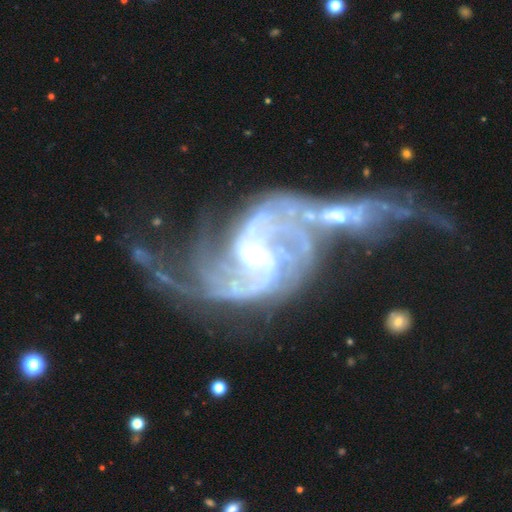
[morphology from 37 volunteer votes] Q: Smooth or featured?
A: featured or disk (95%); runner-up: star or artifact (5%)
Q: Edge-on disk?
A: no (94%); runner-up: yes (6%)
Q: Bar?
A: weak (36%); tied with: no (36%)
Q: Spiral arms?
A: yes (100%)
Q: Spiral winding?
A: medium (52%); runner-up: loose (30%)
Q: Spiral arm count?
A: 2 (36%); runner-up: 4 (21%)
Q: Bulge size?
A: small (70%); runner-up: moderate (21%)
Q: Merging?
A: merger (34%); runner-up: none (26%)